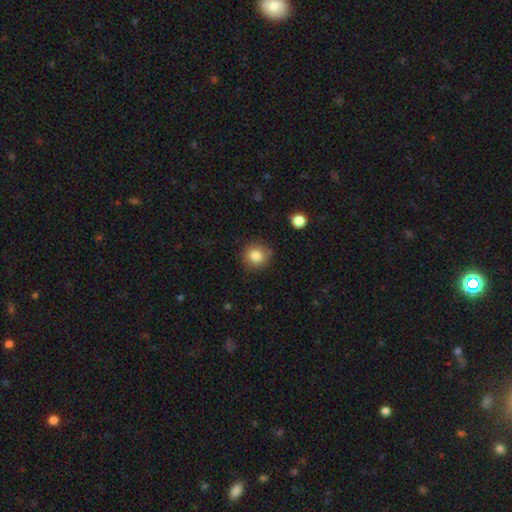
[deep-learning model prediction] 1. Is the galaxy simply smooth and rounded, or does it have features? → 83% smooth, 10% star or artifact, 7% featured or disk.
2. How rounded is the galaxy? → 88% round, 11% in between, 1% cigar-shaped.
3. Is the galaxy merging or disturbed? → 82% none, 13% minor disturbance, 3% major disturbance, 2% merger.